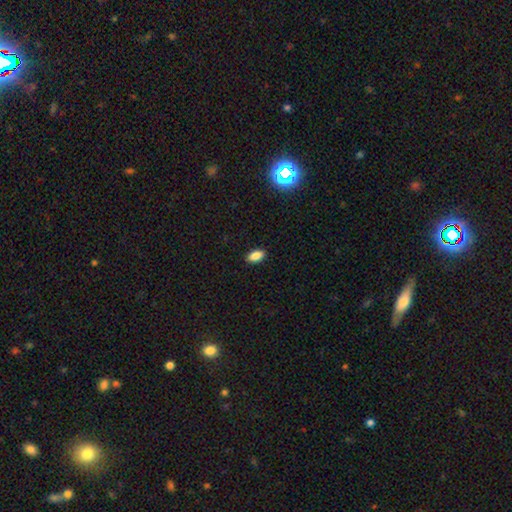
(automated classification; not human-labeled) This appears to be a smooth galaxy with no disk features (85%) that is in between round and cigar-shaped (90%). Merging: none (90%).